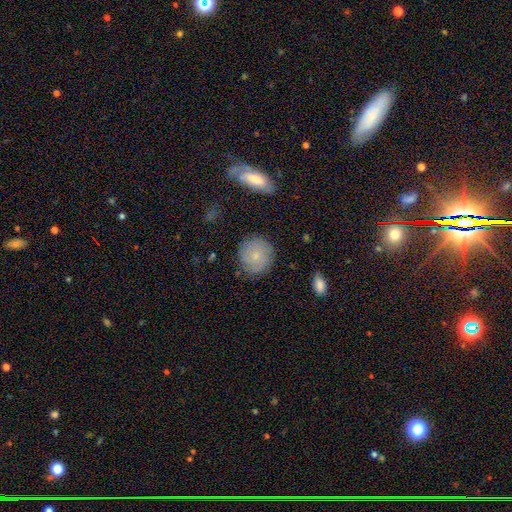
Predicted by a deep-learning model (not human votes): smooth_or_featured: smooth (p=0.71) [alt: featured or disk p=0.22]
how_rounded: round (p=0.90) [alt: in between p=0.09]
merging: none (p=0.83) [alt: minor disturbance p=0.12]